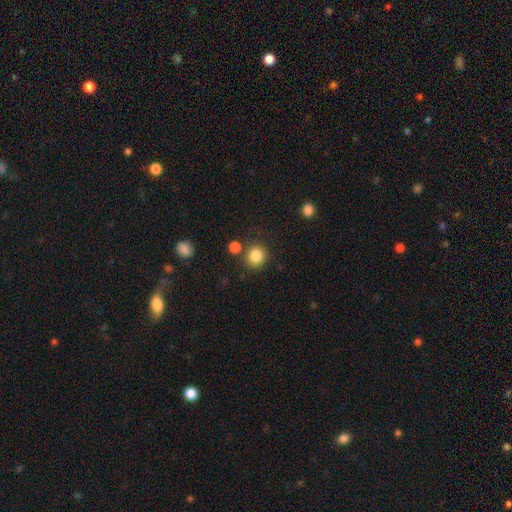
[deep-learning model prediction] smooth 85%, star or artifact 11%, featured or disk 5%. Down the decision tree: how rounded — round (88%); merging — none (80%).